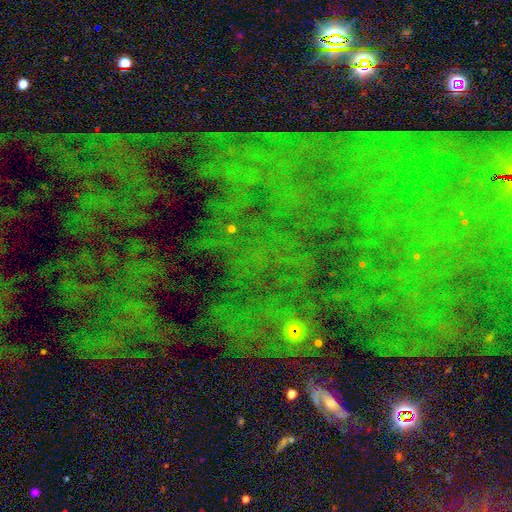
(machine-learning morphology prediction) A star or artifact, not a galaxy (79%).